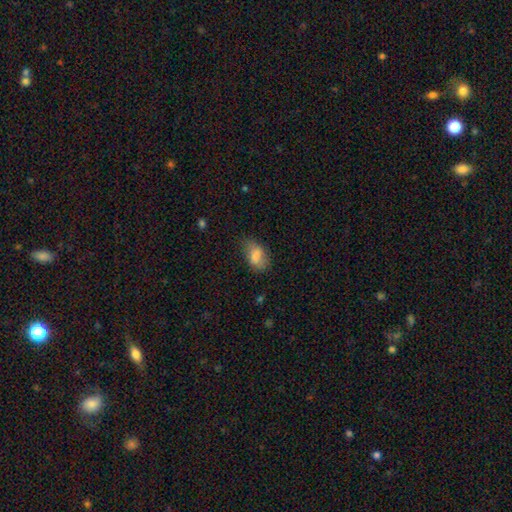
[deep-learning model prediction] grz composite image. It shows a smooth galaxy with no disk features (78%) that is in between round and cigar-shaped (88%). Merging: none (52%).